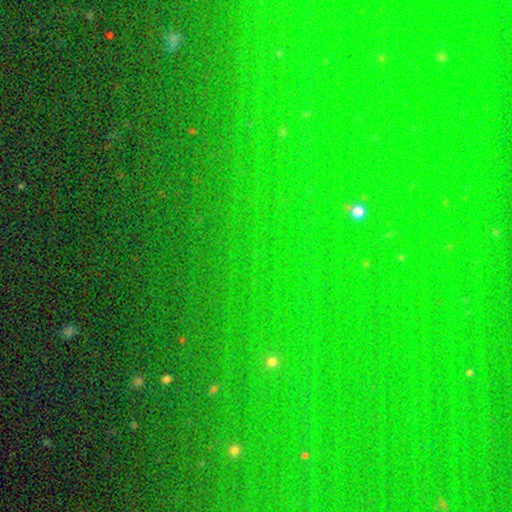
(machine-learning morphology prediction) smooth_or_featured: star or artifact (p=0.81) [alt: smooth p=0.11]